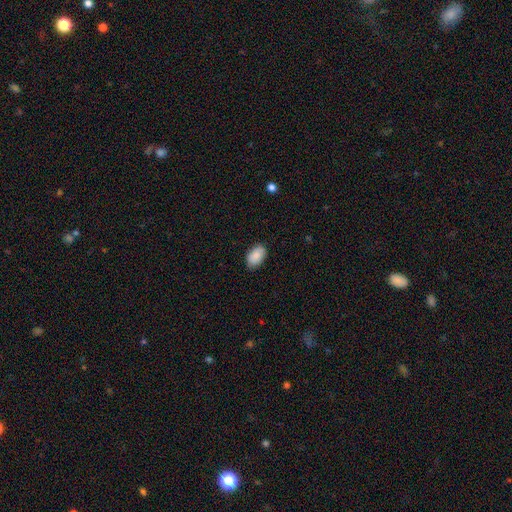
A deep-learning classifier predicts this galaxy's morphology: This appears to be a smooth galaxy with no disk features (89%) that is in between round and cigar-shaped (93%). Merging: none (84%).